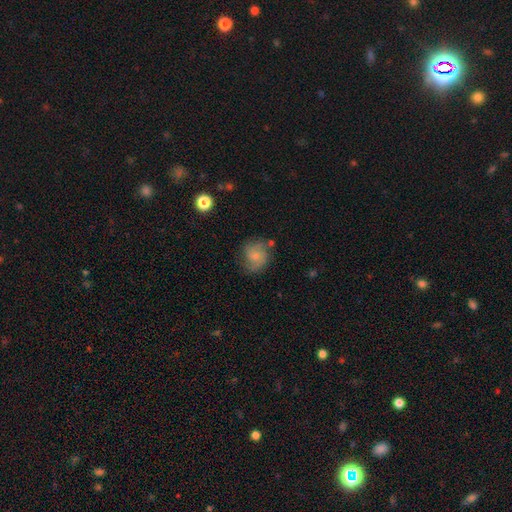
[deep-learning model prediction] This is possibly a smooth galaxy (46%). Merging: likely none (66%).